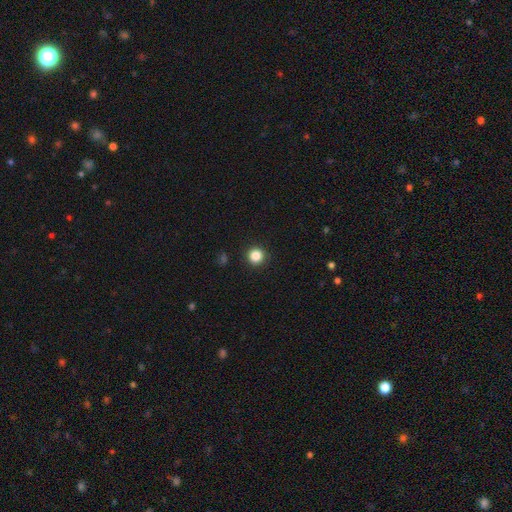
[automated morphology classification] Smooth or featured?
  - smooth: 85% *
  - star or artifact: 11%
  - featured or disk: 4%
How rounded?
  - round: 96% *
  - in between: 3%
  - cigar-shaped: 1%
Merging?
  - none: 93% *
  - minor disturbance: 5%
  - major disturbance: 2%
  - merger: 1%